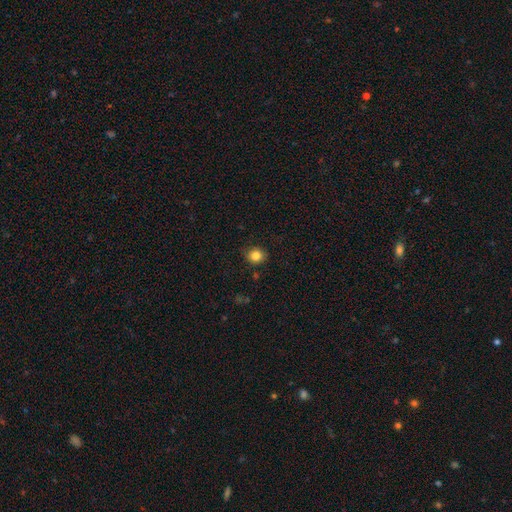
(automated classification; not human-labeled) A smooth galaxy with no disk features (83%) that is round (80%).

Vote fractions:
- Smooth or featured? smooth: 83% / star or artifact: 11% / featured or disk: 6%
- How rounded? round: 80% / in between: 19% / cigar-shaped: 1%
- Merging? none: 86% / minor disturbance: 10% / major disturbance: 2% / merger: 1%